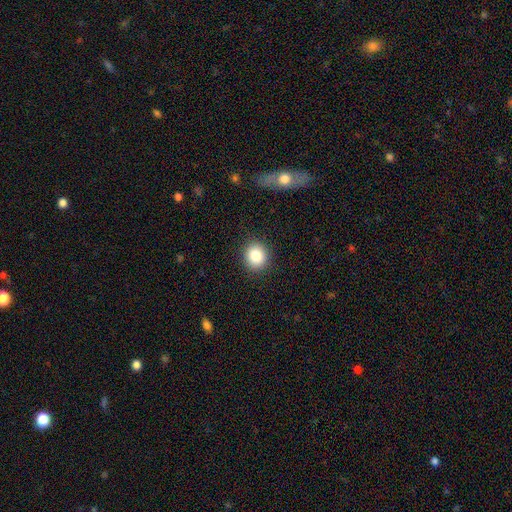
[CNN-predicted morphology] Smooth or featured? Predicted: smooth (p=0.84). How rounded? Predicted: round (p=0.79). Merging? Predicted: none (p=0.90).